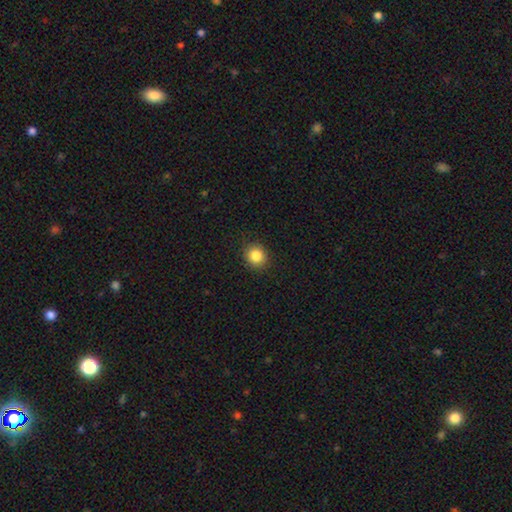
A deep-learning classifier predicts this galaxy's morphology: Smooth or featured?
  - smooth: 84% *
  - star or artifact: 11%
  - featured or disk: 5%
How rounded?
  - round: 84% *
  - in between: 15%
  - cigar-shaped: 1%
Merging?
  - none: 90% *
  - minor disturbance: 7%
  - major disturbance: 2%
  - merger: 1%